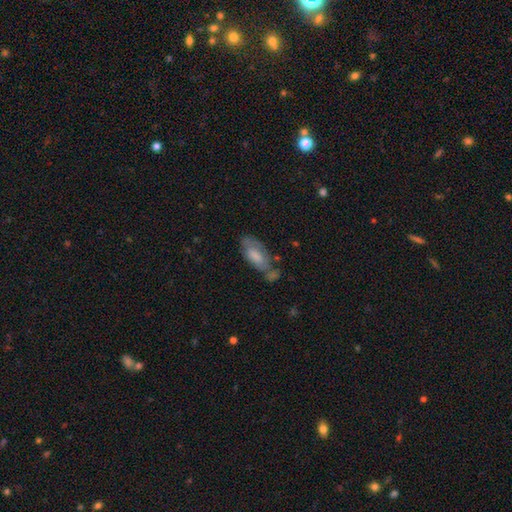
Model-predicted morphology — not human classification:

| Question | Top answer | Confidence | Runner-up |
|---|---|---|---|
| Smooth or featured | smooth | 63% | featured or disk (30%) |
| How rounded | in between | 84% | cigar-shaped (13%) |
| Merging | none | 44% | minor disturbance (27%) |